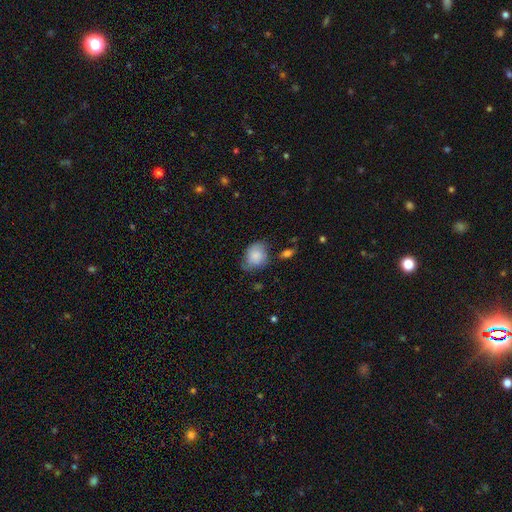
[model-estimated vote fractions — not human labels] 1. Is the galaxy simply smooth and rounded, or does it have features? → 84% smooth, 9% featured or disk, 7% star or artifact.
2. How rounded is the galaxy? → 56% round, 43% in between, 1% cigar-shaped.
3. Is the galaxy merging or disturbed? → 55% none, 32% minor disturbance, 9% major disturbance, 4% merger.